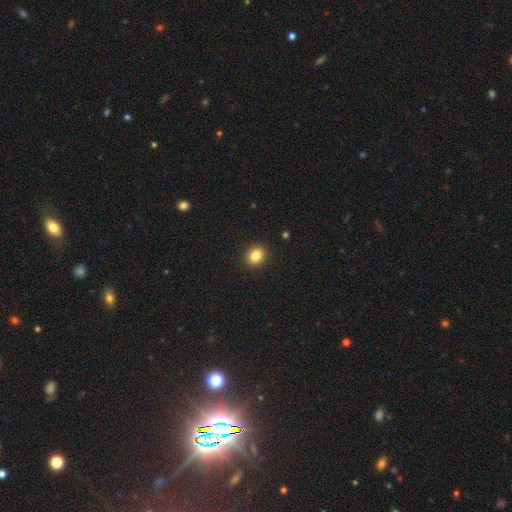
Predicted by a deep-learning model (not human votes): This is clearly a smooth galaxy (85%). How rounded: possibly round (56%). Merging: clearly none (91%).